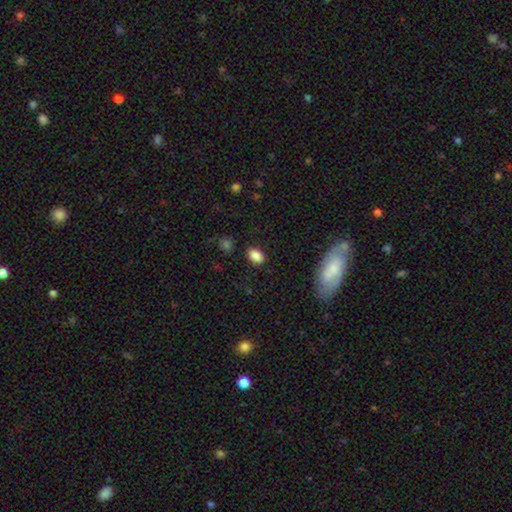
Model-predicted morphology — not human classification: Smooth or featured? smooth (86%)
How rounded? in between (83%)
Merging? none (86%)